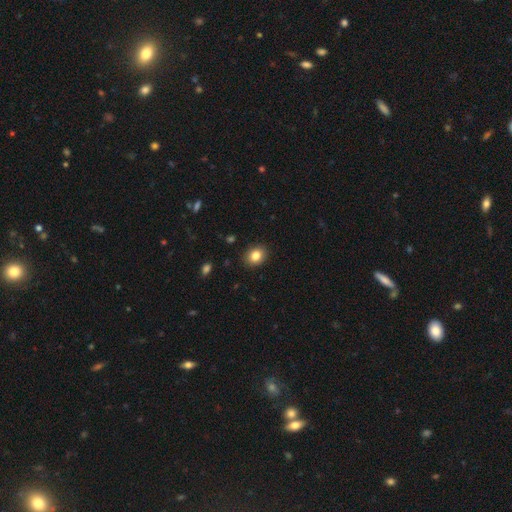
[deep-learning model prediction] Smooth or featured? smooth (83%)
How rounded? round (56%)
Merging? none (90%)